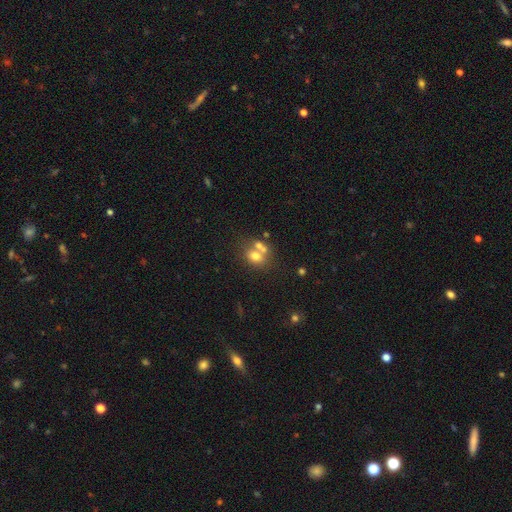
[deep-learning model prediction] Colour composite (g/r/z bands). It shows a smooth galaxy with no disk features (68%) that is round (51%). Merging: merger (45%).